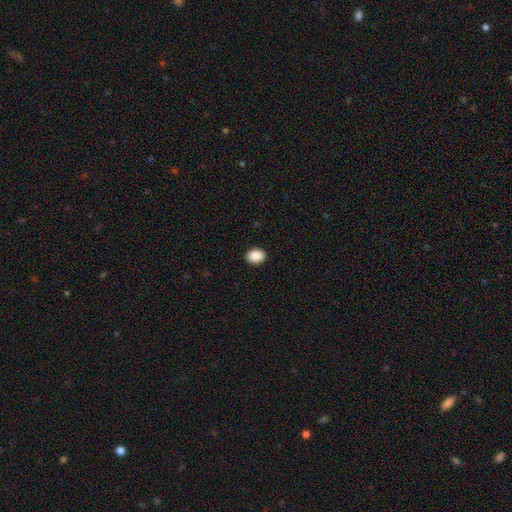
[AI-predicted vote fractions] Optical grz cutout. It shows a smooth galaxy with no disk features (89%) that is in between round and cigar-shaped (59%). Merging: none (91%).